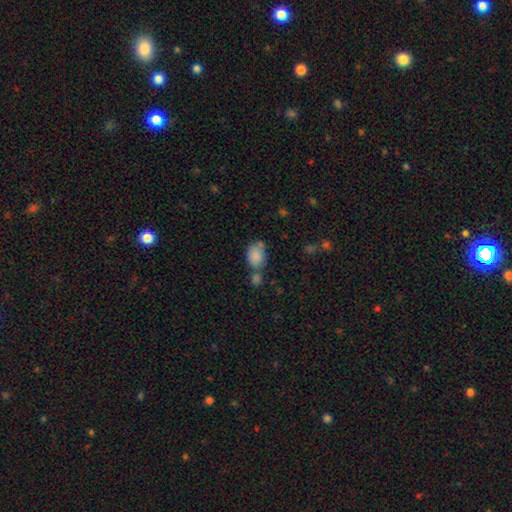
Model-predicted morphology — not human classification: Smooth or featured: smooth — 84% (star or artifact — 8%)
How rounded: in between — 78% (round — 21%)
Merging: none — 46% (merger — 30%)